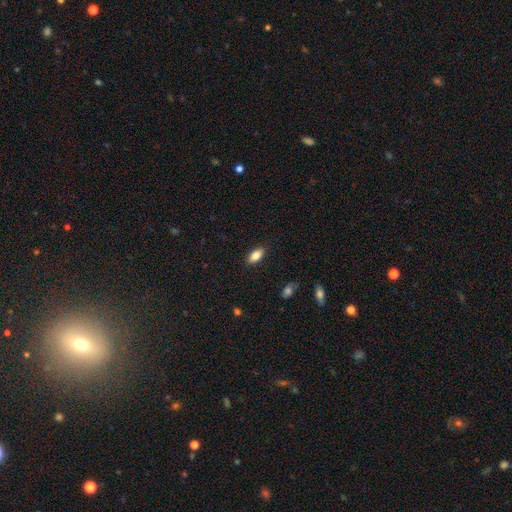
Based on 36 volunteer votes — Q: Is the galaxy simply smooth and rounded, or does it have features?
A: smooth — 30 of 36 (83%).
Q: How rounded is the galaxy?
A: in between — 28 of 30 (93%).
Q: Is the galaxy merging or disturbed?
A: none — 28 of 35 (80%).